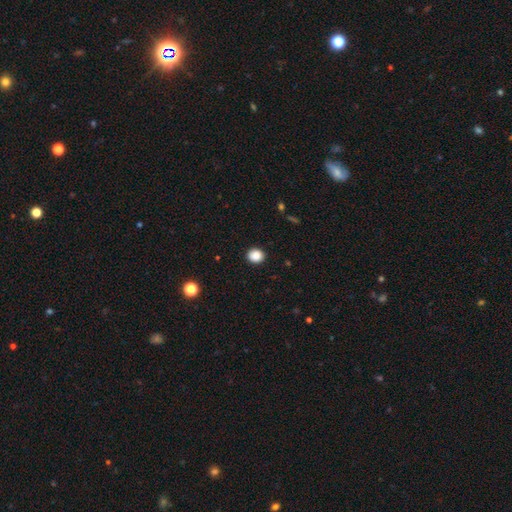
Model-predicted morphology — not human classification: The model was most divided on "how rounded": round: 72%, in between: 27%, cigar-shaped: 1%. More confident: merging — none (91%); smooth or featured — smooth (87%).